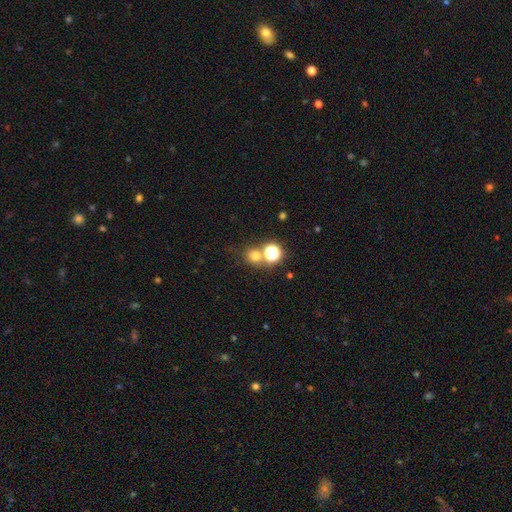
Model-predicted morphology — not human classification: smooth 69%, star or artifact 24%, featured or disk 7%. Down the decision tree: how rounded — round (85%); merging — none (65%).